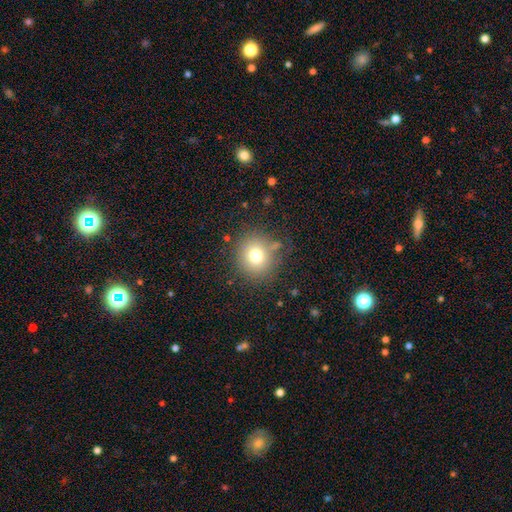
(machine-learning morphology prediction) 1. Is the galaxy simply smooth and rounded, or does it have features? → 74% smooth, 14% star or artifact, 12% featured or disk.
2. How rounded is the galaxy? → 88% round, 11% in between, 1% cigar-shaped.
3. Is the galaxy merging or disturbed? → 80% none, 12% minor disturbance, 5% major disturbance, 3% merger.